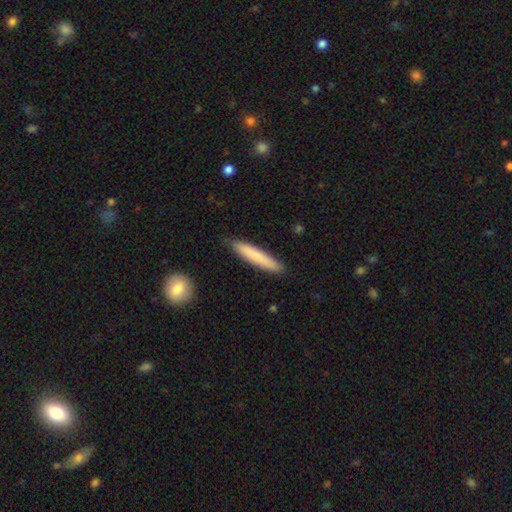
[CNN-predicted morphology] A smooth galaxy with no disk features (76%) that is cigar-shaped (92%).

Vote fractions:
- Smooth or featured? smooth: 76% / featured or disk: 19% / star or artifact: 5%
- How rounded? cigar-shaped: 92% / in between: 6% / round: 1%
- Merging? none: 86% / minor disturbance: 11% / major disturbance: 2% / merger: 2%